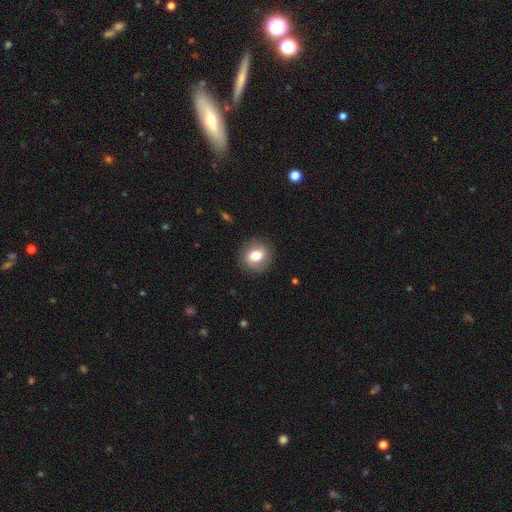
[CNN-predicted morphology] smooth_or_featured: smooth (p=0.73) [alt: featured or disk p=0.19]
how_rounded: round (p=0.73) [alt: in between p=0.26]
merging: none (p=0.87) [alt: minor disturbance p=0.09]